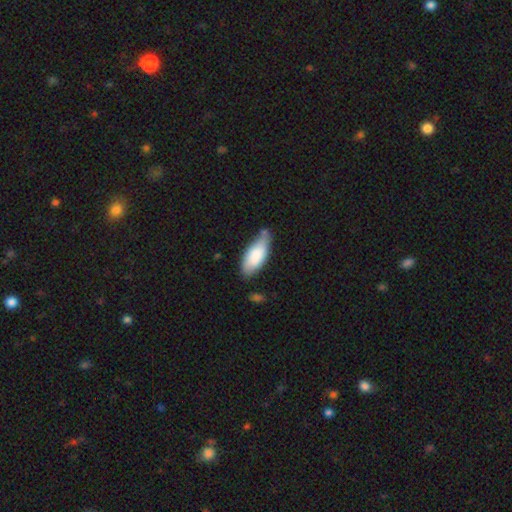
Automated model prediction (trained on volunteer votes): Smooth or featured? Predicted: smooth (p=0.84). How rounded? Predicted: in between (p=0.82). Merging? Predicted: none (p=0.56).